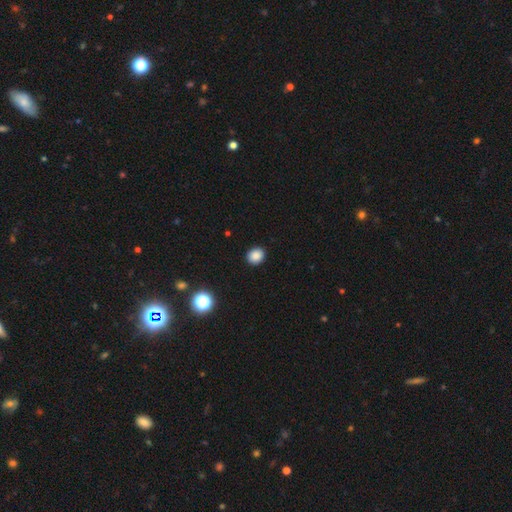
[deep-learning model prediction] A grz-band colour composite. It shows a smooth galaxy with no disk features (86%) that is round (70%). Merging: none (92%).